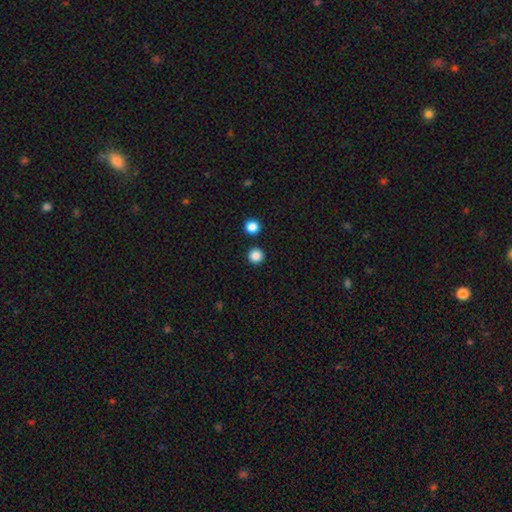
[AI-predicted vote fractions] smooth_or_featured: smooth (p=0.86) [alt: star or artifact p=0.12]
how_rounded: round (p=0.96) [alt: in between p=0.03]
merging: none (p=0.91) [alt: minor disturbance p=0.04]